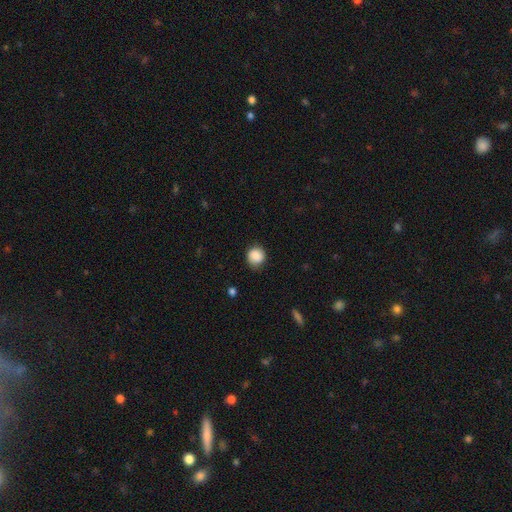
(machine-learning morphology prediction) A smooth galaxy with no disk features (87%) that is round (88%).

Vote fractions:
- Smooth or featured? smooth: 87% / star or artifact: 8% / featured or disk: 4%
- How rounded? round: 88% / in between: 11% / cigar-shaped: 1%
- Merging? none: 79% / minor disturbance: 16% / major disturbance: 4% / merger: 1%